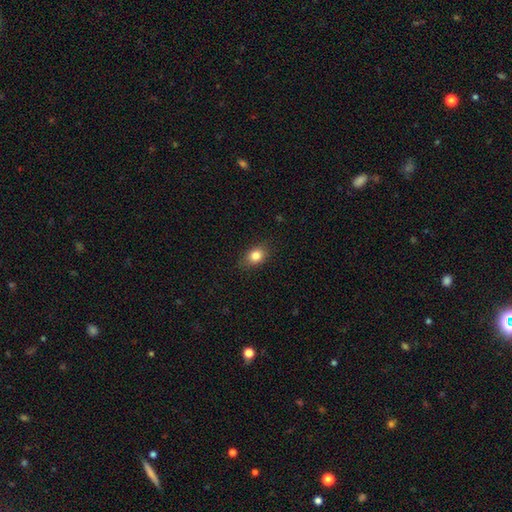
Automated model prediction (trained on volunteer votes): Smooth or featured? smooth (83%)
How rounded? in between (66%)
Merging? none (84%)